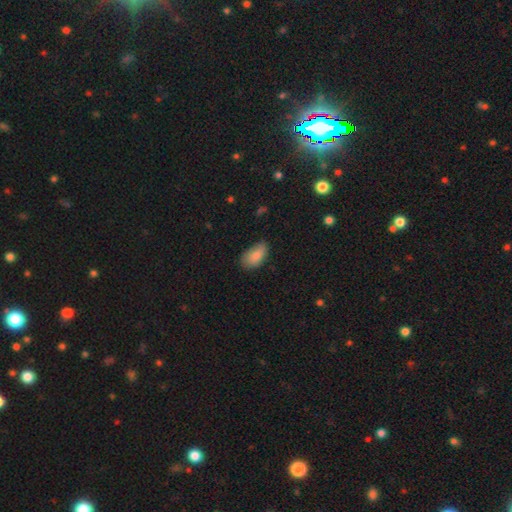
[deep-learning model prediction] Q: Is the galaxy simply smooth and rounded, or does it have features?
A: smooth — 86%.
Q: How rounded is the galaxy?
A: in between — 93%.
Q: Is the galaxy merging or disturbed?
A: none — 67%.